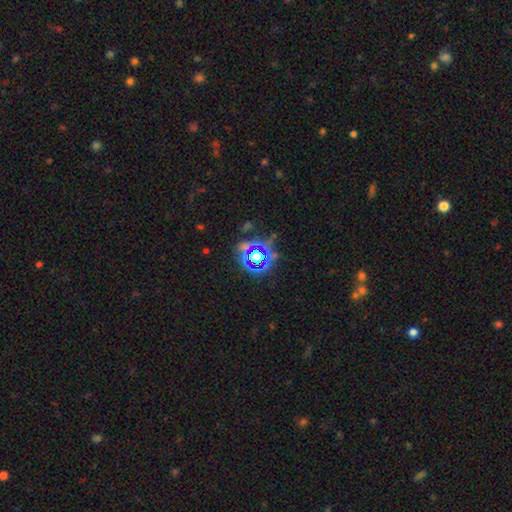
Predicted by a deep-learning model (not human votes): Smooth or featured: star or artifact — 66% (smooth — 22%)